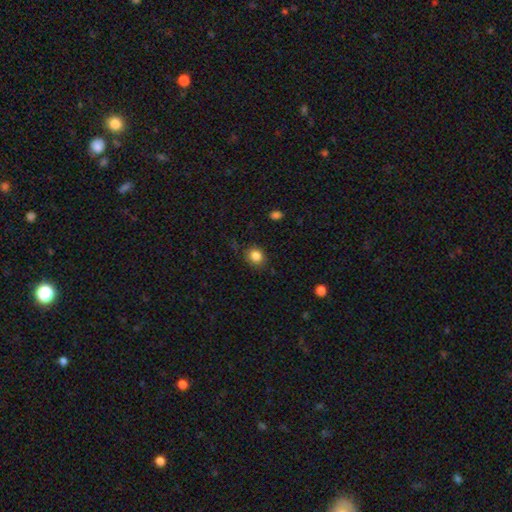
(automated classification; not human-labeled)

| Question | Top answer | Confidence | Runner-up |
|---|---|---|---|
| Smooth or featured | smooth | 85% | star or artifact (10%) |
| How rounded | round | 76% | in between (23%) |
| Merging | none | 82% | minor disturbance (13%) |